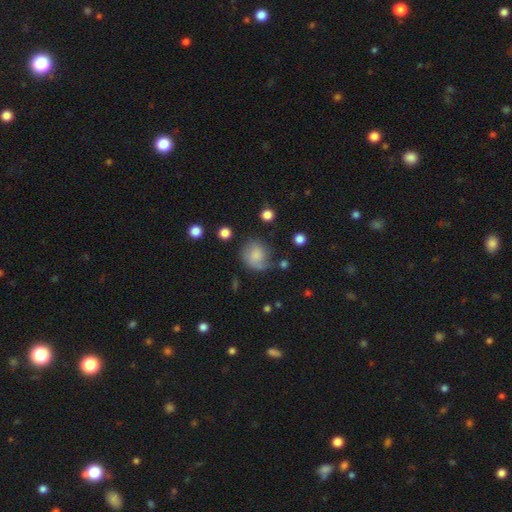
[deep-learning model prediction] A smooth galaxy with no disk features (70%) that is round (78%). Merging: none (50%).